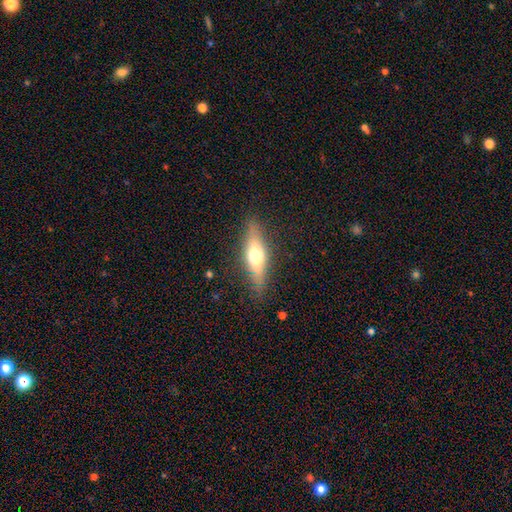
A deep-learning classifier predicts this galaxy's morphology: This appears to be a smooth galaxy with no disk features (50%) that is cigar-shaped (57%). Merging: none (83%).